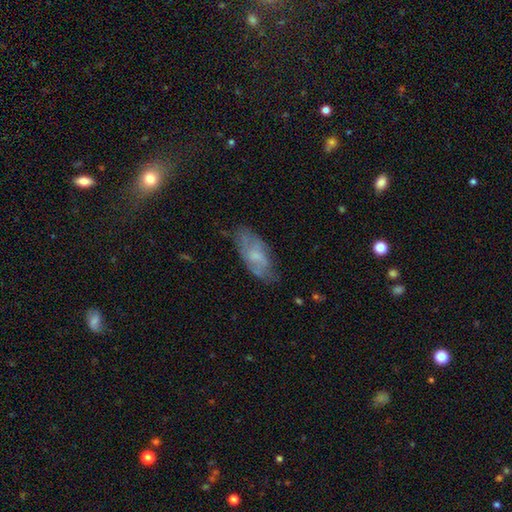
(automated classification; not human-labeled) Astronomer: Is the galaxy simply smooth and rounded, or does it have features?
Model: smooth — 47% (runner-up: featured or disk, 45%).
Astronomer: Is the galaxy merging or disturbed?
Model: none — 65%.